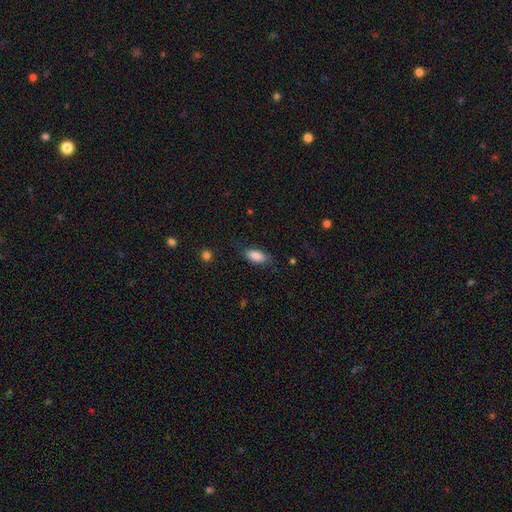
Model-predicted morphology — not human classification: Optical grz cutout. It shows a smooth galaxy with no disk features (87%) that is in between round and cigar-shaped (87%). Merging: none (77%).